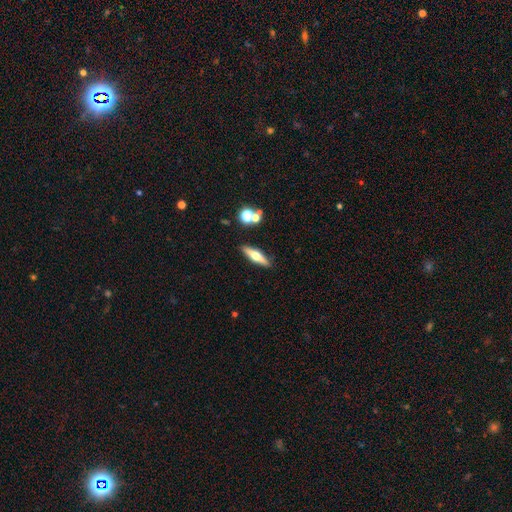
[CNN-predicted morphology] Smooth or featured? featured or disk (55%)
Edge-on disk? yes (93%)
Edge-on bulge? rounded (94%)
Merging? none (86%)